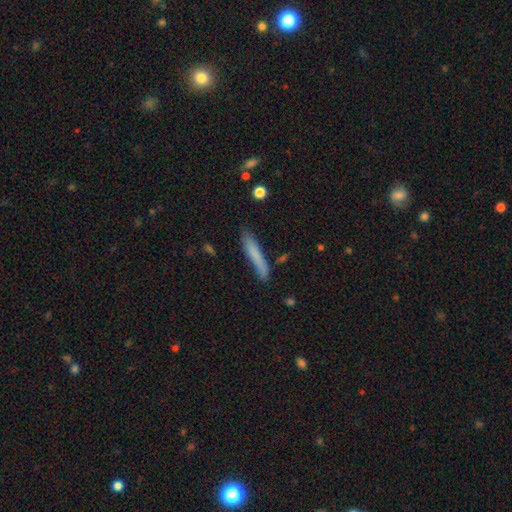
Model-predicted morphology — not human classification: The model was most divided on "smooth or featured": smooth: 76%, featured or disk: 18%, star or artifact: 7%. More confident: how rounded — cigar-shaped (93%); merging — none (78%).